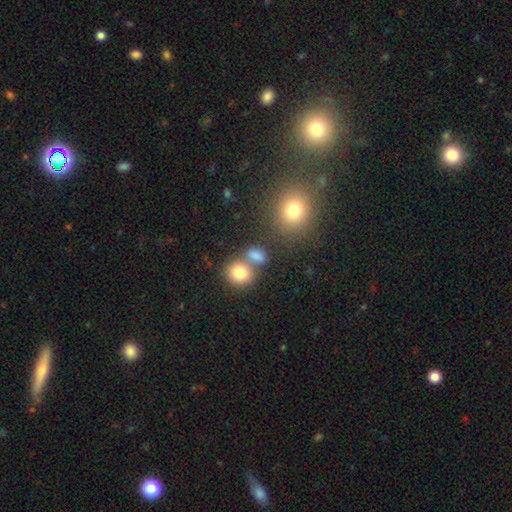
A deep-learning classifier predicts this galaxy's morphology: Overall: smooth (79%). How rounded: round (51%; in between 47%). Merging: none (49%; merger 35%).